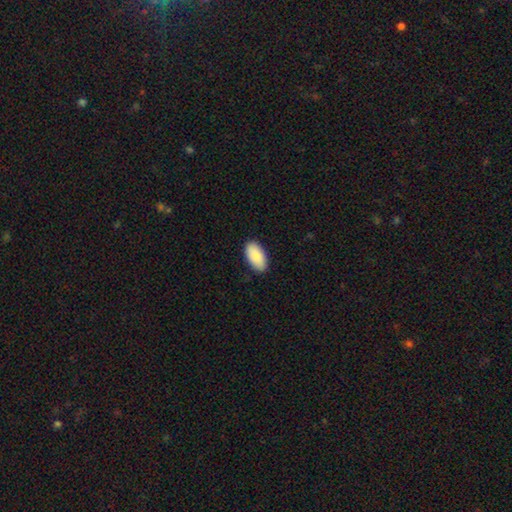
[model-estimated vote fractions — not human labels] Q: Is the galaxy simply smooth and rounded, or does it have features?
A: smooth — 88%.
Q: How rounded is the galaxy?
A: in between — 95%.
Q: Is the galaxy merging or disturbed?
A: none — 88%.